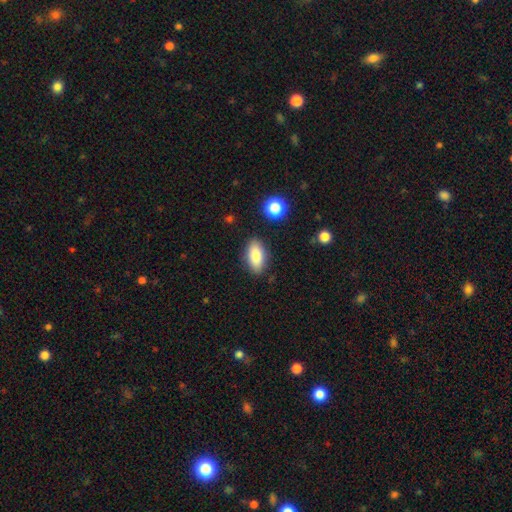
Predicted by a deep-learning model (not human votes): Smooth or featured: smooth — 83% (featured or disk — 10%)
How rounded: in between — 89% (cigar-shaped — 7%)
Merging: none — 85% (minor disturbance — 10%)